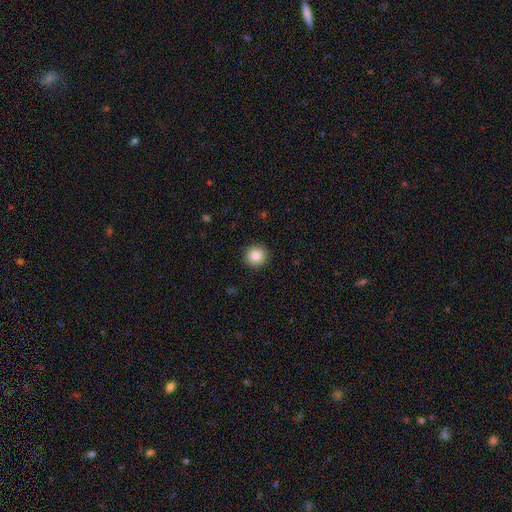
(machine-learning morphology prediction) The model was most divided on "smooth or featured": smooth: 86%, star or artifact: 9%, featured or disk: 5%. More confident: how rounded — round (94%); merging — none (92%).